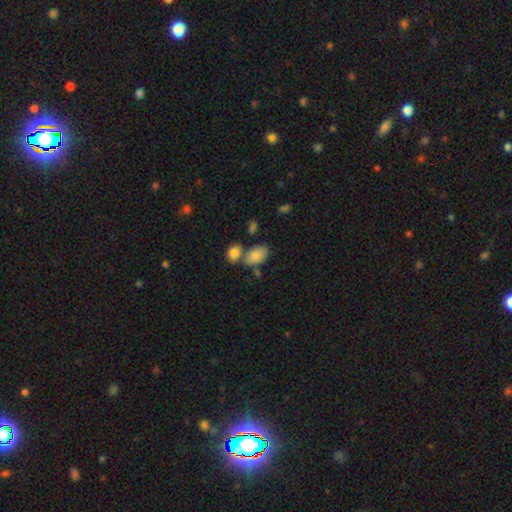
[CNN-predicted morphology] This appears to be a smooth galaxy with no disk features (83%) that is in between round and cigar-shaped (89%). Merging: none (51%).